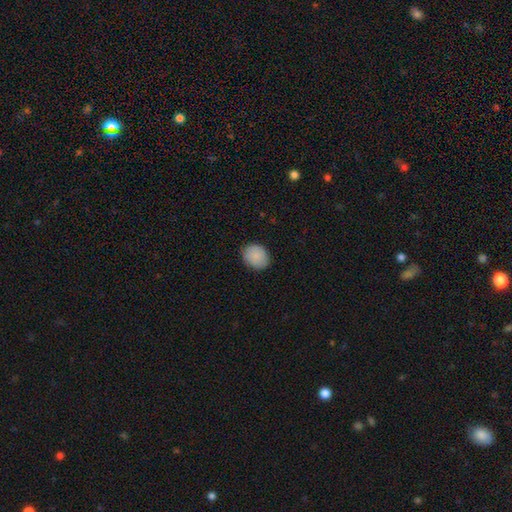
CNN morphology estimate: smooth-or-featured: smooth: 88% | star or artifact: 7% | featured or disk: 5%
  how-rounded: round: 50% | in between: 49% | cigar-shaped: 1%
  merging: none: 86% | minor disturbance: 11% | major disturbance: 2% | merger: 1%